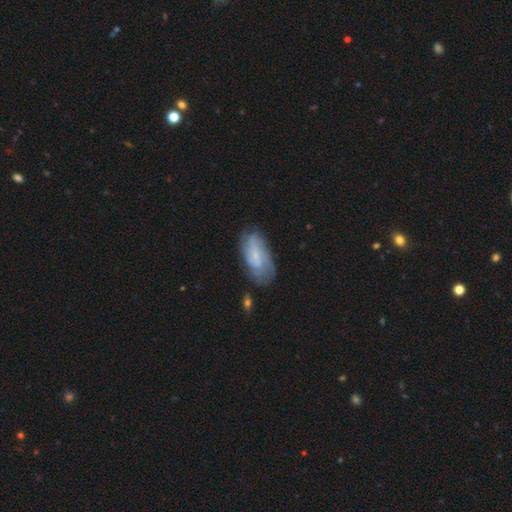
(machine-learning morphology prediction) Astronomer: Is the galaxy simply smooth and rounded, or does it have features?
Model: featured or disk — 56% (runner-up: smooth, 37%).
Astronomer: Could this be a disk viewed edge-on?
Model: no — 93%.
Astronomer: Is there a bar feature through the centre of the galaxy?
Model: no — 54% (runner-up: weak, 37%).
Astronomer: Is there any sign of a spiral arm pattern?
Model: yes — 81%.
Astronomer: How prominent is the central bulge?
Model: small — 69%.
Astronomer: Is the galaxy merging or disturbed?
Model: none — 64%.